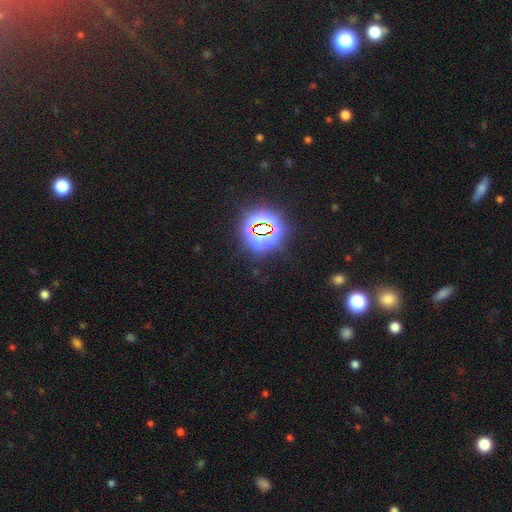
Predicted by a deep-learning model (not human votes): Smooth or featured: star or artifact — 81% (smooth — 13%)